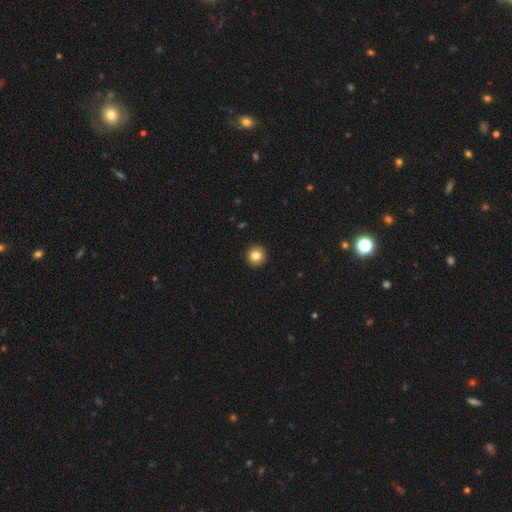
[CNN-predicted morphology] This appears to be a smooth galaxy with no disk features (83%) that is round (94%). Merging: none (94%).